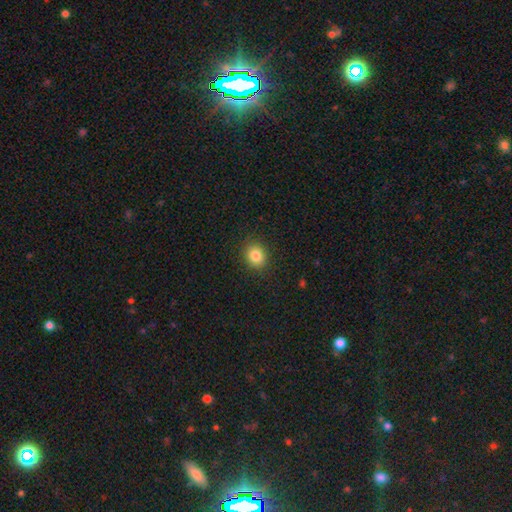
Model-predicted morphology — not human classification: Smooth or featured? smooth (83%)
How rounded? round (65%)
Merging? none (89%)